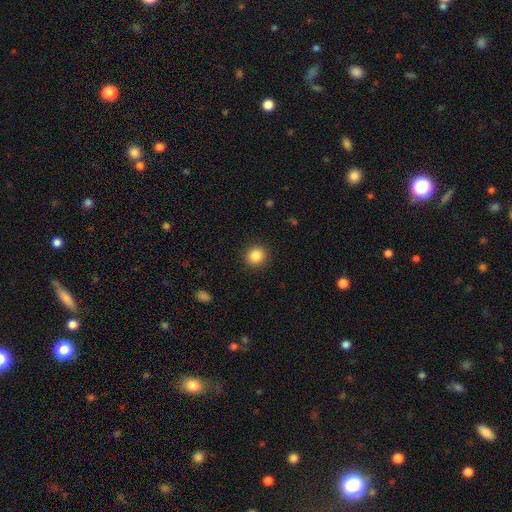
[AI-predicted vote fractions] A smooth galaxy with no disk features (85%) that is round (90%). Merging: none (91%).